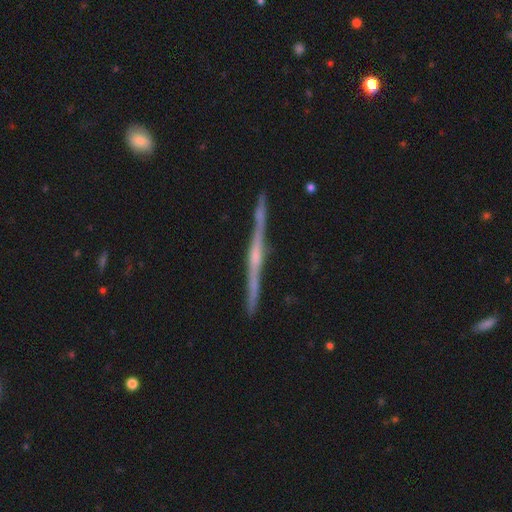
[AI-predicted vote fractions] The model was most divided on "edge-on bulge": rounded: 60%, none: 21%, boxy: 19%. More confident: edge-on disk — yes (98%); merging — none (89%); smooth or featured — featured or disk (83%).